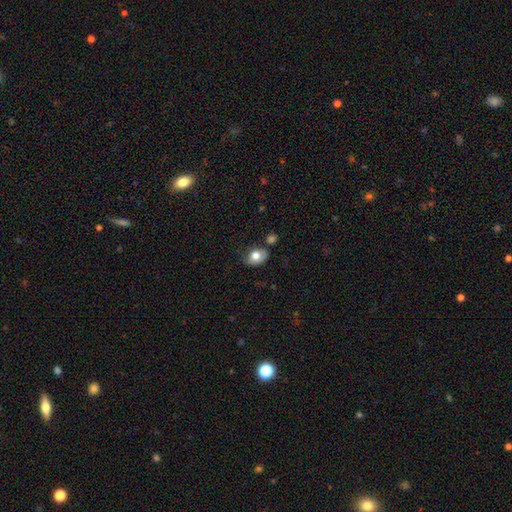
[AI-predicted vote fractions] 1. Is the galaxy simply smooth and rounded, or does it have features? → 76% smooth, 17% featured or disk, 8% star or artifact.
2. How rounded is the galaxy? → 76% in between, 22% round, 1% cigar-shaped.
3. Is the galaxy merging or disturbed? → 59% none, 25% minor disturbance, 10% merger, 7% major disturbance.